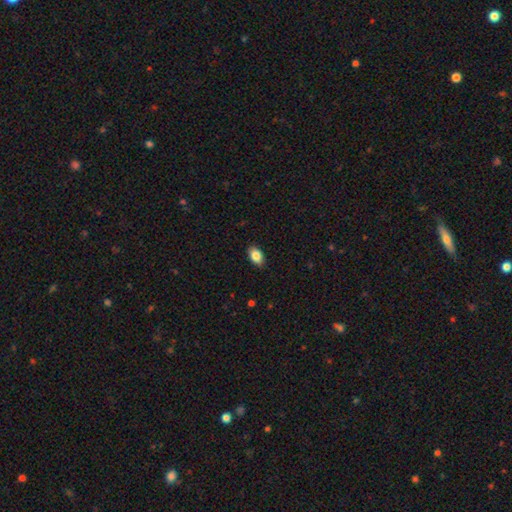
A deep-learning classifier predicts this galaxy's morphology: Overall: smooth (86%). How rounded: in between (89%). Merging: none (88%).